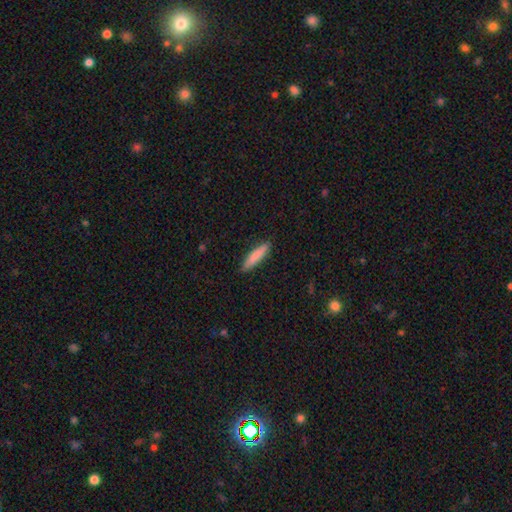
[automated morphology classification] smooth-or-featured: smooth: 84% | featured or disk: 10% | star or artifact: 6%
  how-rounded: cigar-shaped: 84% | in between: 15% | round: 1%
  merging: none: 88% | minor disturbance: 9% | major disturbance: 2% | merger: 1%